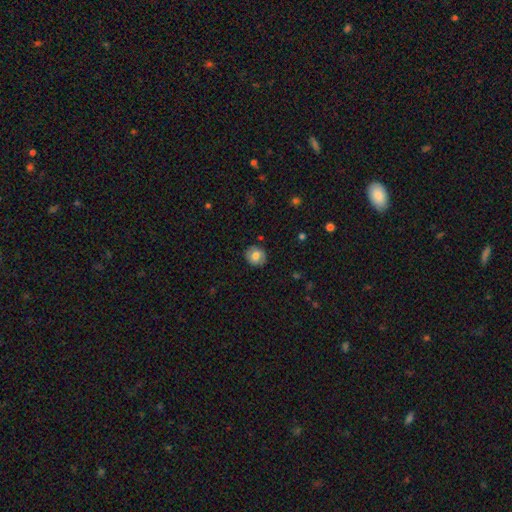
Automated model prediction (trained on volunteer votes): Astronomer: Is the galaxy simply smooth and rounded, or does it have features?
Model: smooth — 77%.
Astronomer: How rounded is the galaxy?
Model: round — 86%.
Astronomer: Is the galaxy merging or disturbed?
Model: none — 88%.